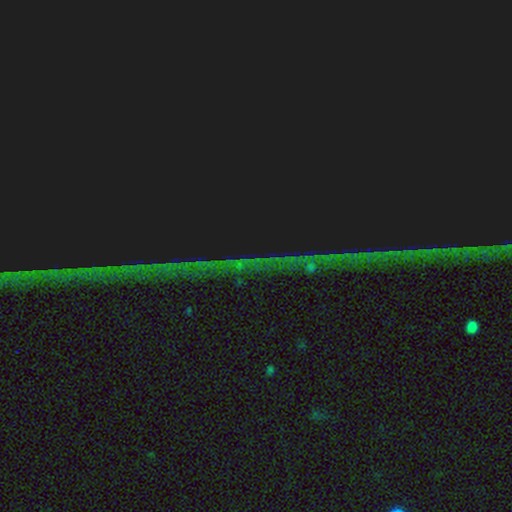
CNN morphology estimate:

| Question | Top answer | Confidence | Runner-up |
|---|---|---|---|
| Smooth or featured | star or artifact | 84% | featured or disk (9%) |